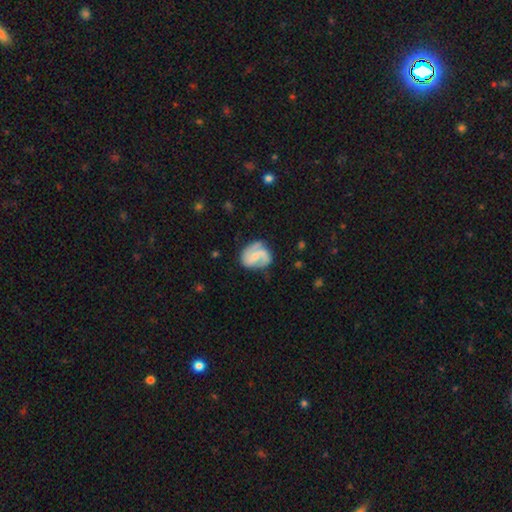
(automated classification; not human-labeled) smooth_or_featured: featured or disk (p=0.76) [alt: smooth p=0.19]
disk_edge_on: no (p=0.98) [alt: yes p=0.02]
bar: weak (p=0.45) [alt: no p=0.43]
has_spiral_arms: yes (p=0.93) [alt: no p=0.07]
spiral_winding: medium (p=0.48) [alt: tight p=0.27]
spiral_arm_count: 2 (p=0.71) [alt: 3 p=0.11]
bulge_size: small (p=0.54) [alt: moderate p=0.30]
merging: none (p=0.61) [alt: minor disturbance p=0.25]